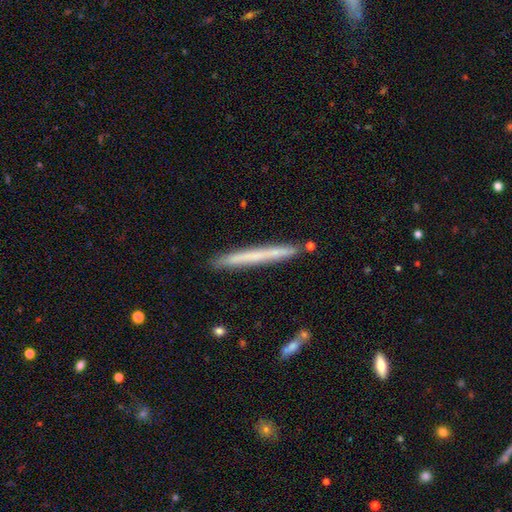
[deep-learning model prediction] A smooth galaxy with no disk features (57%) that is cigar-shaped (97%).

Vote fractions:
- Smooth or featured? smooth: 57% / featured or disk: 37% / star or artifact: 6%
- How rounded? cigar-shaped: 97% / in between: 2% / round: 1%
- Merging? none: 89% / minor disturbance: 7% / merger: 2% / major disturbance: 1%